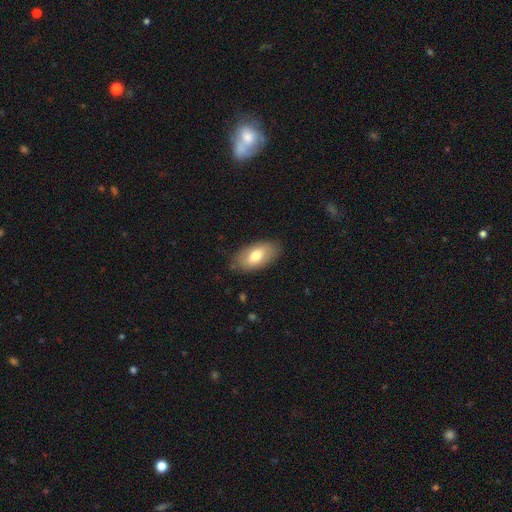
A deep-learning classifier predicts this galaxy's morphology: type=smooth (71%); roundness=in between (93%); merging=none (83%).